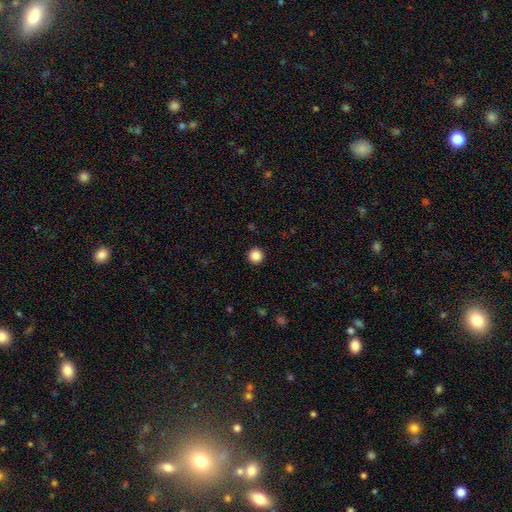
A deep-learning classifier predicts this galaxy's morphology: Smooth or featured? smooth (87%)
How rounded? round (95%)
Merging? none (93%)